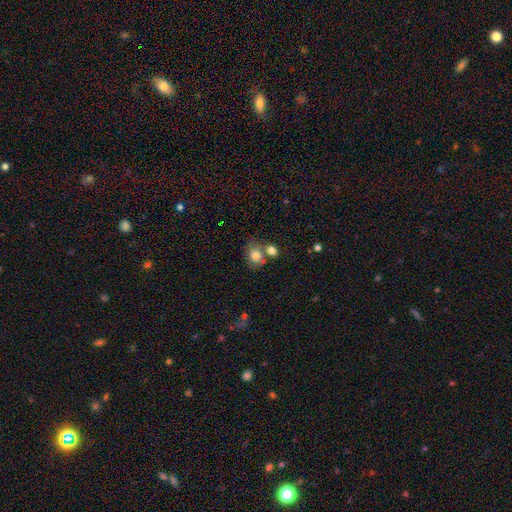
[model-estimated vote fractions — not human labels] Smooth or featured?
  - smooth: 79% *
  - featured or disk: 11%
  - star or artifact: 10%
How rounded?
  - round: 55% *
  - in between: 43%
  - cigar-shaped: 1%
Merging?
  - none: 50% *
  - merger: 31%
  - minor disturbance: 14%
  - major disturbance: 5%